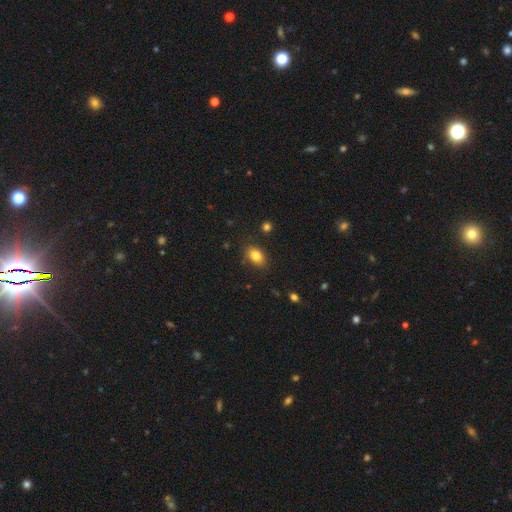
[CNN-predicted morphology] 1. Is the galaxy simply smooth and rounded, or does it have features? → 83% smooth, 9% star or artifact, 7% featured or disk.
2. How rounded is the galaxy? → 81% in between, 17% round, 1% cigar-shaped.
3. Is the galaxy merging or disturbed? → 82% none, 13% minor disturbance, 3% major disturbance, 2% merger.